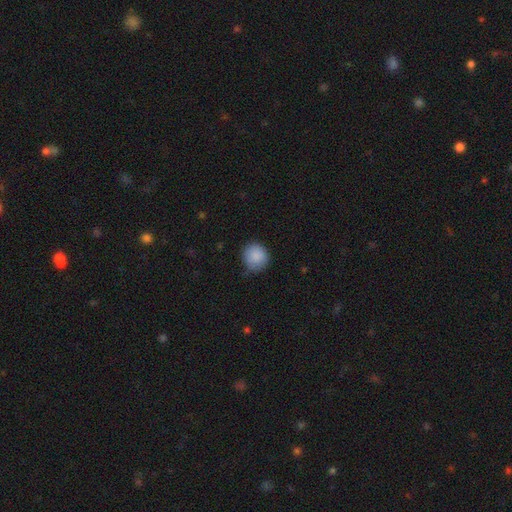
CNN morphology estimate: The model was most divided on "merging": none: 77%, minor disturbance: 19%, major disturbance: 3%, merger: 1%. More confident: smooth or featured — smooth (89%); how rounded — round (88%).